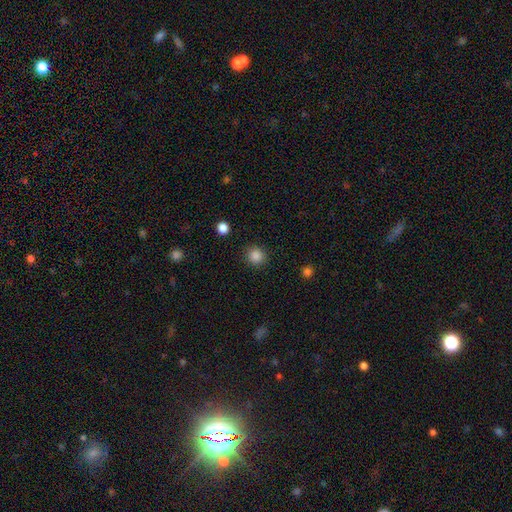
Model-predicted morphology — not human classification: Smooth or featured? smooth (86%)
How rounded? round (91%)
Merging? none (90%)